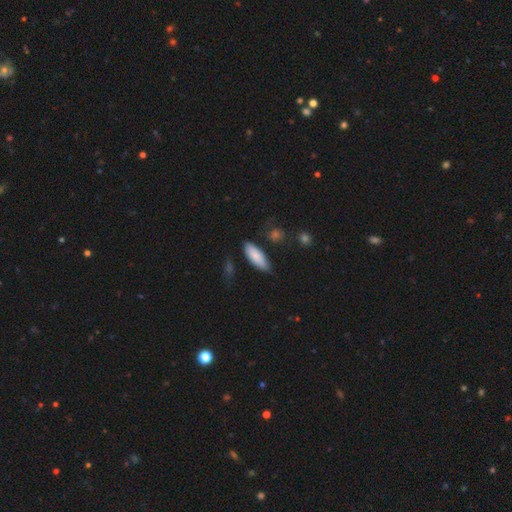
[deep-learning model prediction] Smooth or featured?
  - smooth: 84% *
  - featured or disk: 10%
  - star or artifact: 6%
How rounded?
  - in between: 70% *
  - cigar-shaped: 29%
  - round: 2%
Merging?
  - none: 75% *
  - minor disturbance: 18%
  - major disturbance: 4%
  - merger: 3%